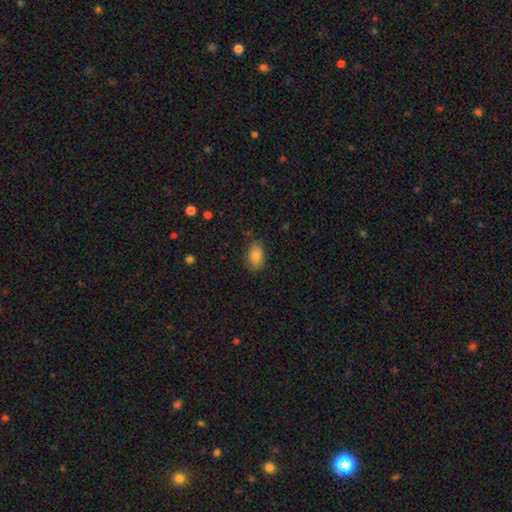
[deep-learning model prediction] The model was most divided on "merging": none: 82%, minor disturbance: 14%, major disturbance: 3%, merger: 1%. More confident: how rounded — in between (90%); smooth or featured — smooth (83%).